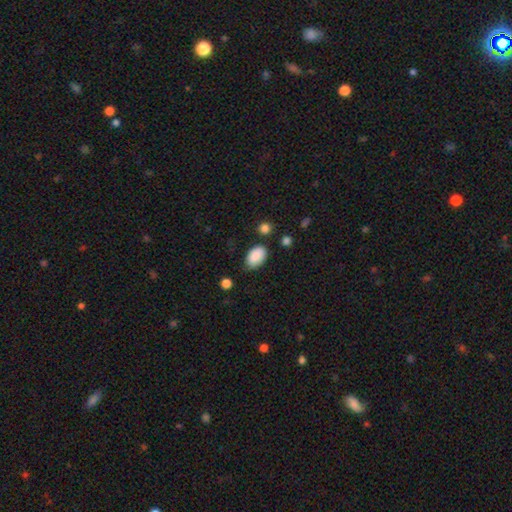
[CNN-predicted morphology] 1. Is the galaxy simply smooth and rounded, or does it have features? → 89% smooth, 7% star or artifact, 5% featured or disk.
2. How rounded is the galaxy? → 92% in between, 7% round, 1% cigar-shaped.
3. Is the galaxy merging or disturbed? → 68% none, 24% minor disturbance, 5% major disturbance, 3% merger.